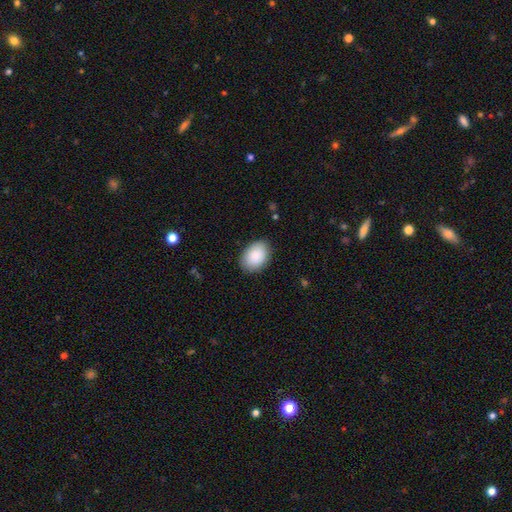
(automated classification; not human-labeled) Smooth or featured: smooth — 88% (star or artifact — 6%)
How rounded: in between — 84% (round — 15%)
Merging: none — 86% (minor disturbance — 11%)